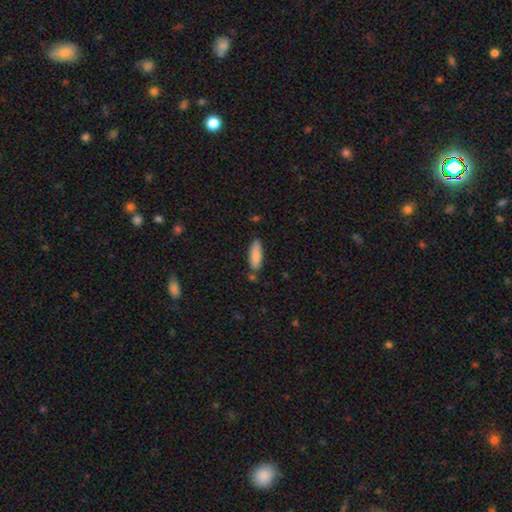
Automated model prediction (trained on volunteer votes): The model was most divided on "how rounded": in between: 56%, cigar-shaped: 43%, round: 2%. More confident: smooth or featured — smooth (86%); merging — none (77%).